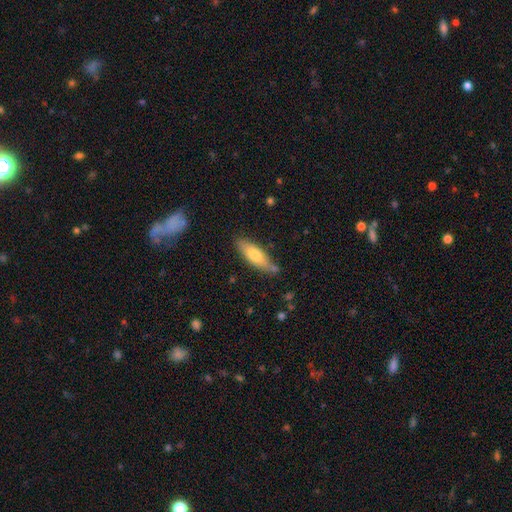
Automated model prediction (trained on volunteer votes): The model was most divided on "how rounded": in between: 55%, cigar-shaped: 43%, round: 2%. More confident: merging — none (72%); smooth or featured — smooth (71%).